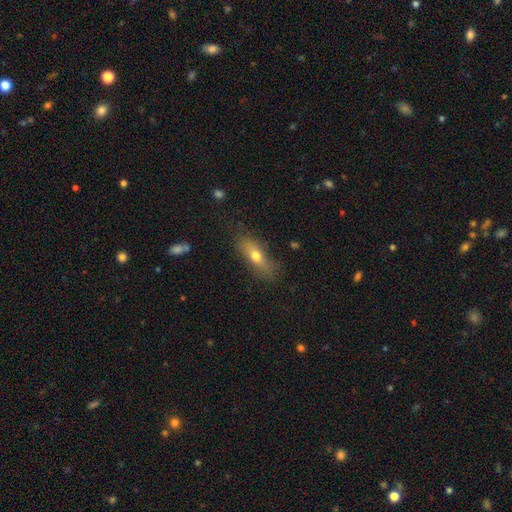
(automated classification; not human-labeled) A smooth galaxy with no disk features (63%) that is in between round and cigar-shaped (54%). Merging: none (71%).